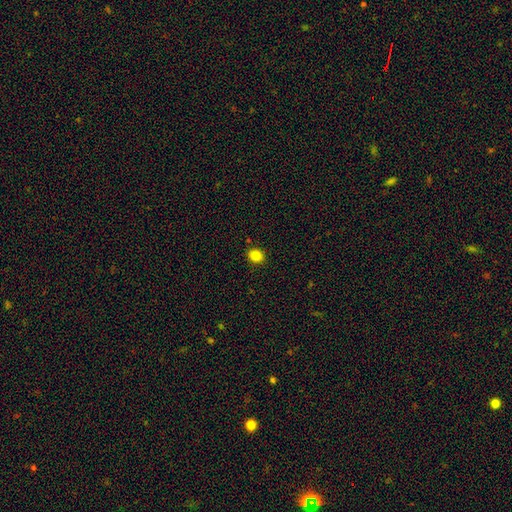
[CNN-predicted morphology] Smooth or featured: smooth — 84% (star or artifact — 11%)
How rounded: round — 66% (in between — 33%)
Merging: none — 89% (minor disturbance — 7%)